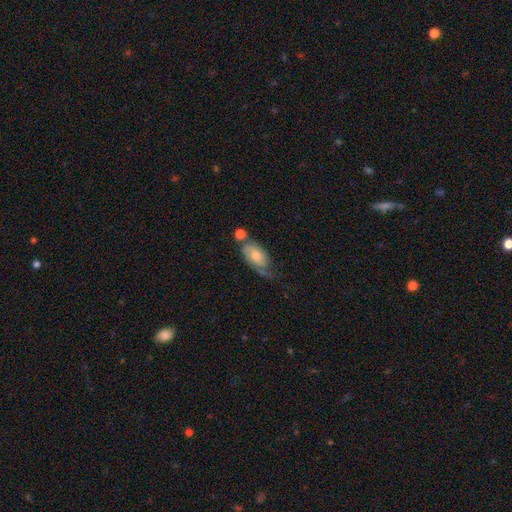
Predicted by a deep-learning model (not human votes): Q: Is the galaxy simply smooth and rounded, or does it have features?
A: featured or disk — 47%.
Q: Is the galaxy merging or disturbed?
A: none — 37%.